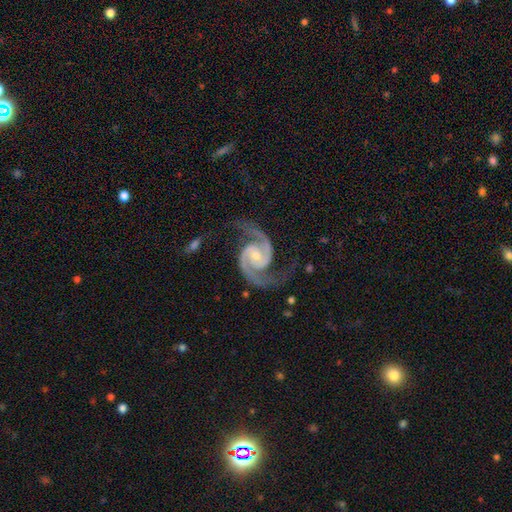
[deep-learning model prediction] This is clearly a featured or disk galaxy (94%). It is clearly not viewed edge-on (98%). Bar: possibly no (56%). Spiral arm pattern: clearly yes (99%). Spiral arm count: clearly 2 (95%). Spiral winding: likely medium (63%). Central bulge: possibly small (56%). Merging: likely none (75%).